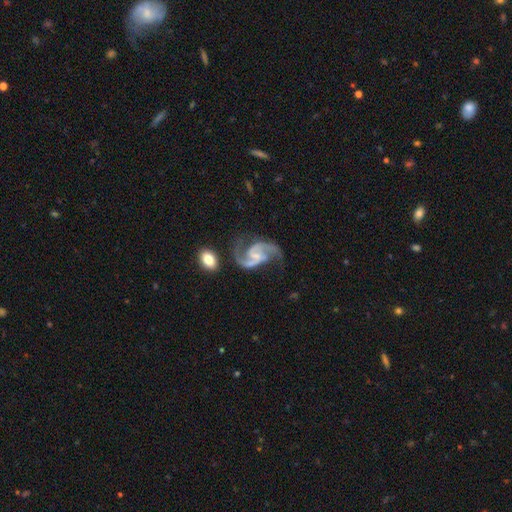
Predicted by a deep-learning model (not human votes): featured or disk 92%, star or artifact 4%, smooth 3%. Down the decision tree: edge-on disk — no (98%); bar — weak (50%); spiral arms — yes (98%); spiral arm count — 2 (93%); spiral winding — medium (50%); bulge size — small (52%); merging — none (62%).